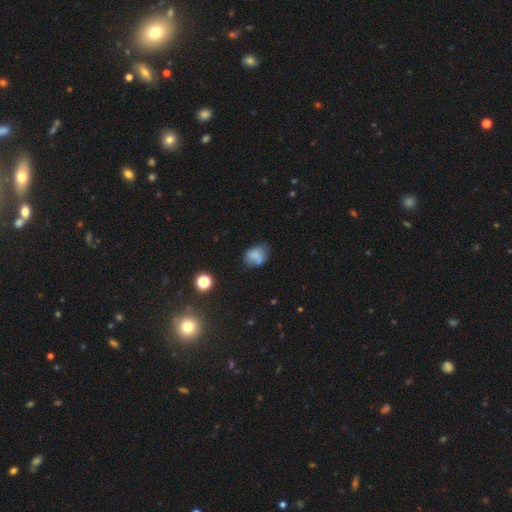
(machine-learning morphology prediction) Smooth or featured? Predicted: smooth (p=0.76). How rounded? Predicted: in between (p=0.59). Merging? Predicted: none (p=0.52).